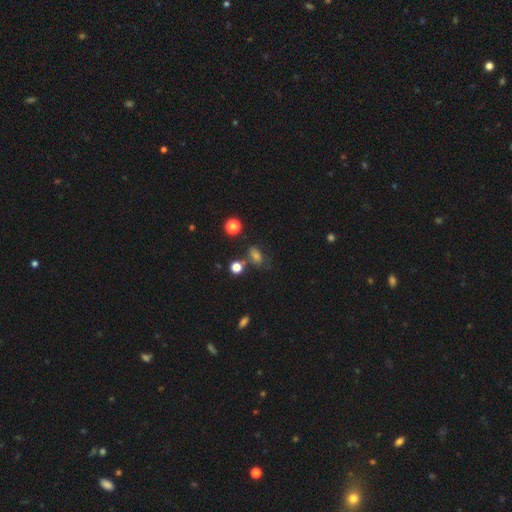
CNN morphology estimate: Q: Smooth or featured?
A: smooth (65%); runner-up: star or artifact (24%)
Q: How rounded?
A: in between (73%); runner-up: round (23%)
Q: Merging?
A: none (63%); runner-up: minor disturbance (19%)